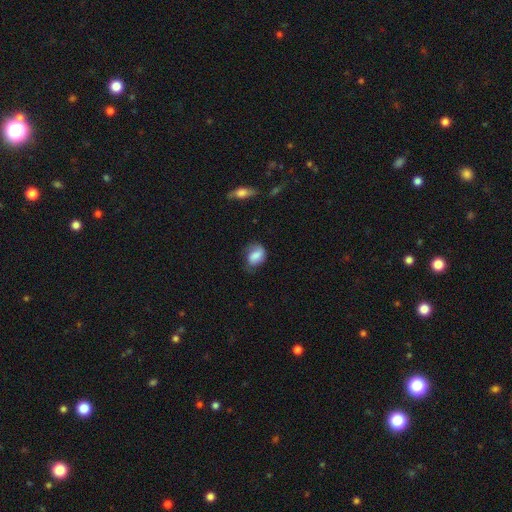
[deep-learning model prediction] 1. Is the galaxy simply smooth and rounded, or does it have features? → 71% smooth, 21% featured or disk, 8% star or artifact.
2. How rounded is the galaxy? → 71% in between, 27% round, 2% cigar-shaped.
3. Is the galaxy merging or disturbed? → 51% none, 34% minor disturbance, 13% major disturbance, 2% merger.